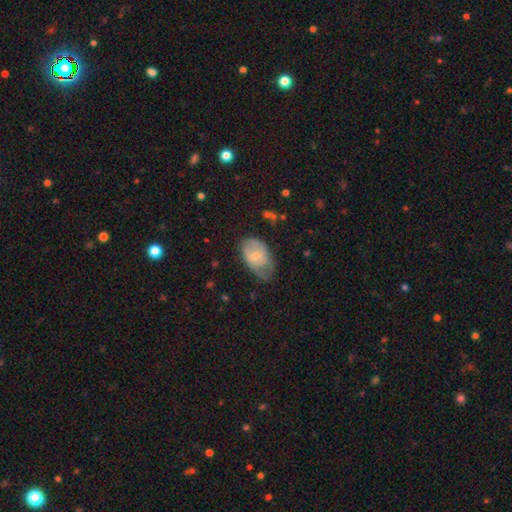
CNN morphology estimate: Smooth or featured? Predicted: smooth (p=0.60). How rounded? Predicted: in between (p=0.87). Merging? Predicted: minor disturbance (p=0.40).